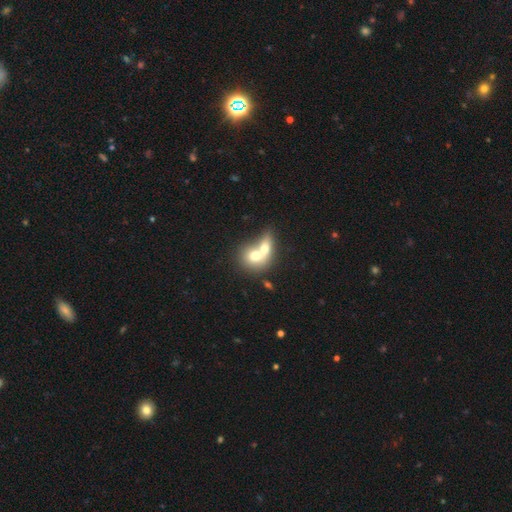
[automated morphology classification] Overall: smooth (66%). How rounded: round (57%; in between 41%). Merging: merger (74%).